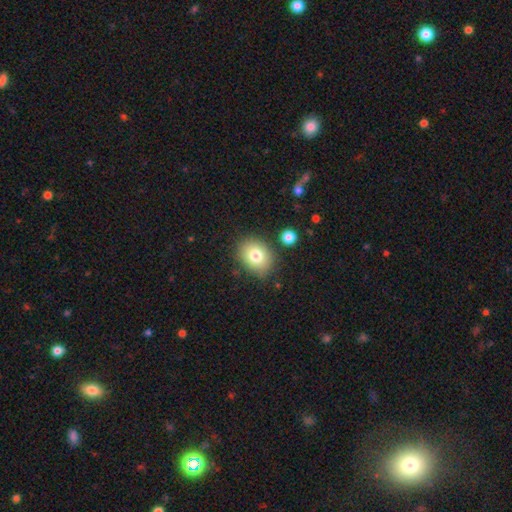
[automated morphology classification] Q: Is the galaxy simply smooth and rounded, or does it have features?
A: smooth — 79%.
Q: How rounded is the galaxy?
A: in between — 53%.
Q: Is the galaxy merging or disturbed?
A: none — 80%.